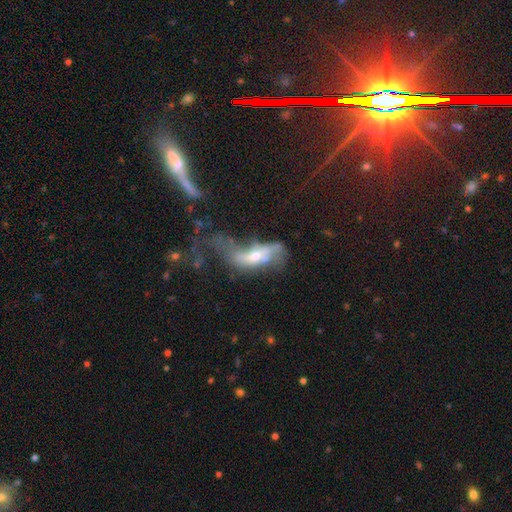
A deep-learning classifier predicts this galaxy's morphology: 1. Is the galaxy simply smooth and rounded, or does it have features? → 59% featured or disk, 30% smooth, 11% star or artifact.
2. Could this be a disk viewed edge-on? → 83% no, 17% yes.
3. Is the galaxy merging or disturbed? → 52% major disturbance, 17% merger, 17% none, 14% minor disturbance.